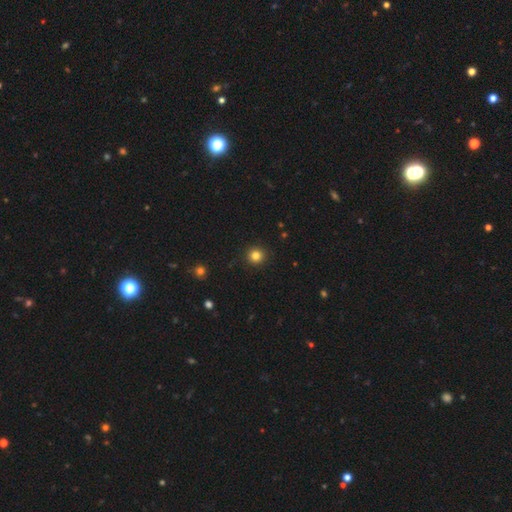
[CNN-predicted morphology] Q: Smooth or featured?
A: smooth (82%); runner-up: star or artifact (12%)
Q: How rounded?
A: round (94%); runner-up: in between (5%)
Q: Merging?
A: none (92%); runner-up: minor disturbance (5%)